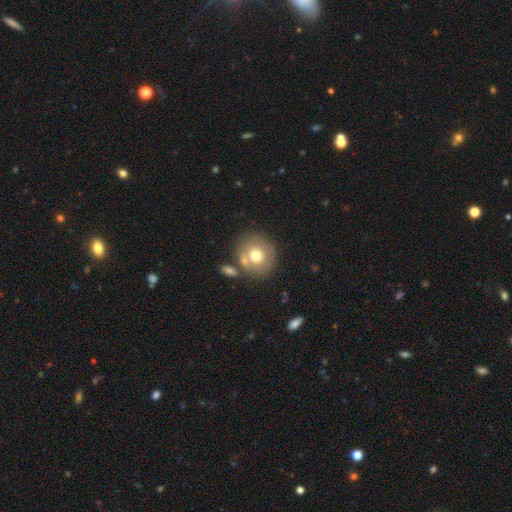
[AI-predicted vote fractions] Smooth or featured?
  - smooth: 69% *
  - featured or disk: 22%
  - star or artifact: 9%
How rounded?
  - round: 82% *
  - in between: 17%
  - cigar-shaped: 1%
Merging?
  - none: 65% *
  - merger: 18%
  - minor disturbance: 12%
  - major disturbance: 4%